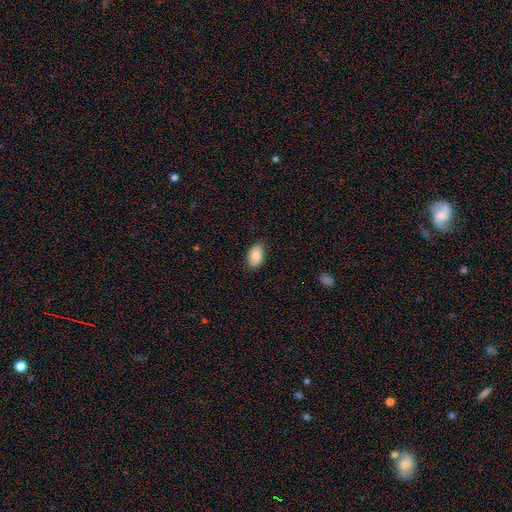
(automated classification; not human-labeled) Smooth or featured? Predicted: smooth (p=0.84). How rounded? Predicted: in between (p=0.92). Merging? Predicted: none (p=0.84).